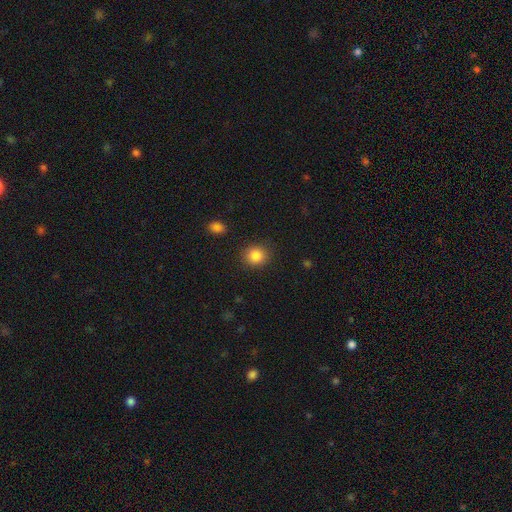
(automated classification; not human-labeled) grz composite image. It shows a smooth galaxy with no disk features (86%) that is round (82%). Merging: none (88%).